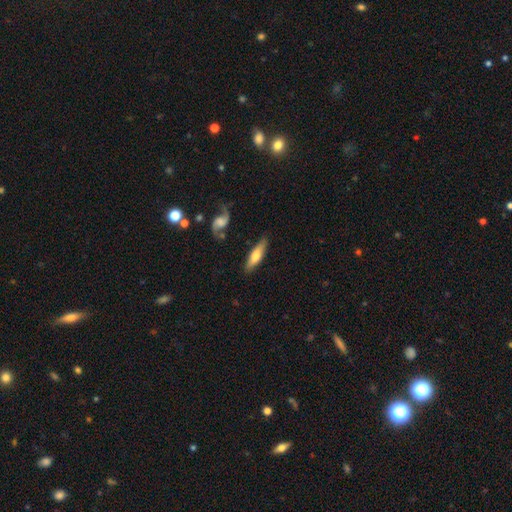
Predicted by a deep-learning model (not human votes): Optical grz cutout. It shows a smooth galaxy with no disk features (59%) that is cigar-shaped (61%). Merging: none (81%).